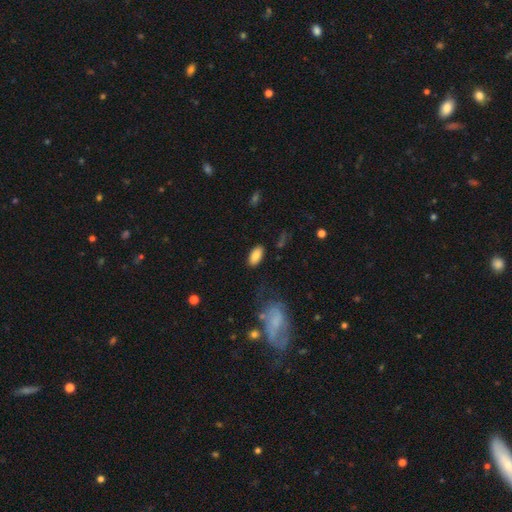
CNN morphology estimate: type=smooth (85%); roundness=in between (93%); merging=none (84%).